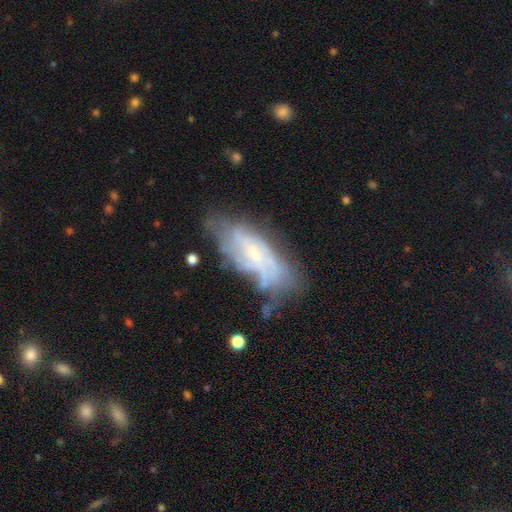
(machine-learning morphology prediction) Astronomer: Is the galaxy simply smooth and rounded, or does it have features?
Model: featured or disk — 63%.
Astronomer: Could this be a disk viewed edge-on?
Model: no — 83%.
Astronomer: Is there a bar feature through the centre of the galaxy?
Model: no — 60%.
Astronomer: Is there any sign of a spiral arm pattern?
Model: yes — 69%.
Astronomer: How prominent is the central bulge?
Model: small — 57%.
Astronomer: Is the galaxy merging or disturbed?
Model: none — 55%.